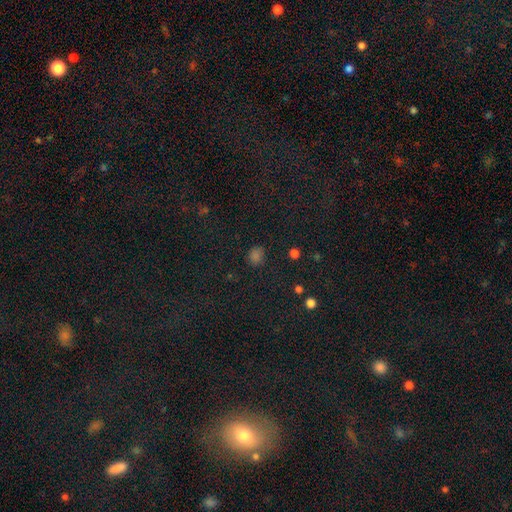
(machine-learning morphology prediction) A smooth galaxy with no disk features (71%) that is round (63%). Merging: none (82%).